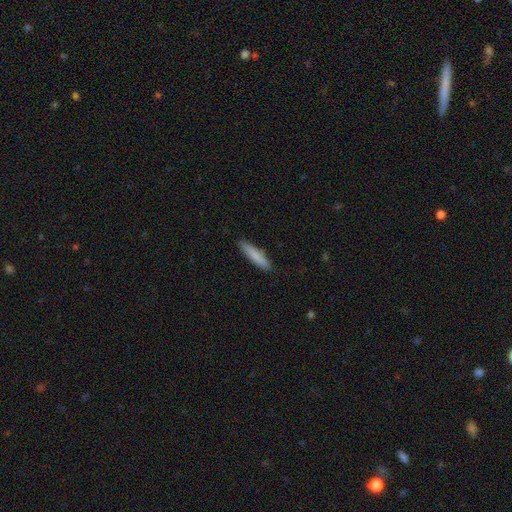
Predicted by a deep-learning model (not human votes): smooth_or_featured: smooth (p=0.84) [alt: featured or disk p=0.10]
how_rounded: cigar-shaped (p=0.85) [alt: in between p=0.14]
merging: none (p=0.88) [alt: minor disturbance p=0.09]